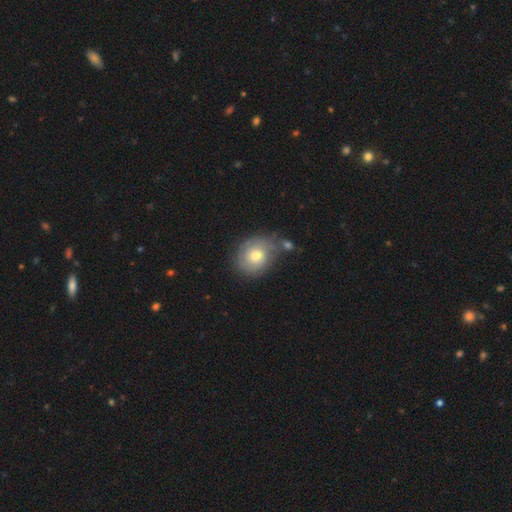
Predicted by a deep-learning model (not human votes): smooth-or-featured: featured or disk: 48% | smooth: 44% | star or artifact: 8%
  merging: none: 59% | minor disturbance: 21% | merger: 11% | major disturbance: 9%